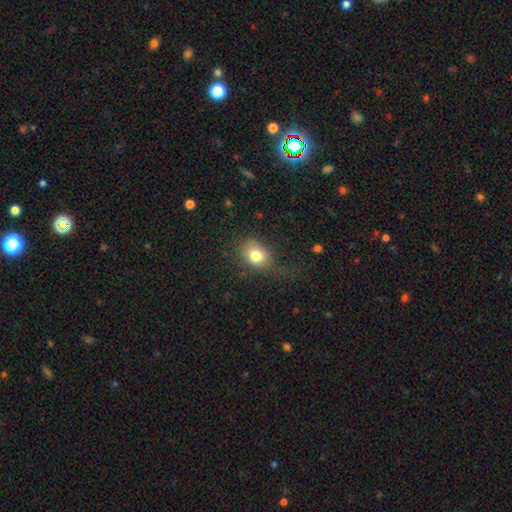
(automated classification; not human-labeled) A smooth galaxy with no disk features (79%) that is in between round and cigar-shaped (50%).

Vote fractions:
- Smooth or featured? smooth: 79% / star or artifact: 11% / featured or disk: 10%
- How rounded? in between: 50% / round: 49% / cigar-shaped: 1%
- Merging? none: 63% / minor disturbance: 23% / major disturbance: 13% / merger: 2%